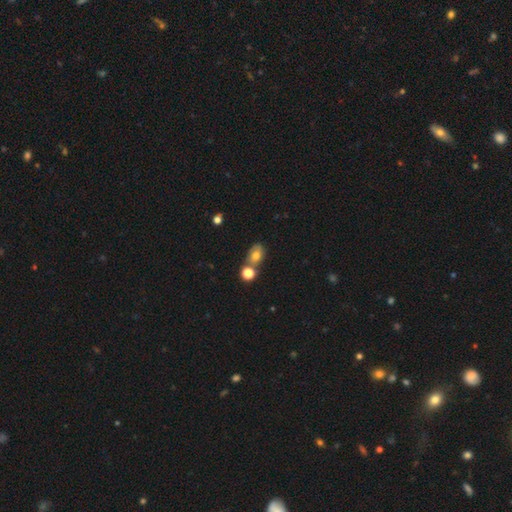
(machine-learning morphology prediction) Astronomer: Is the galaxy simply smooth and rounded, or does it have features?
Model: smooth — 68%.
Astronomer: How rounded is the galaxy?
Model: in between — 72%.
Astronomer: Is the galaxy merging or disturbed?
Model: none — 54%.